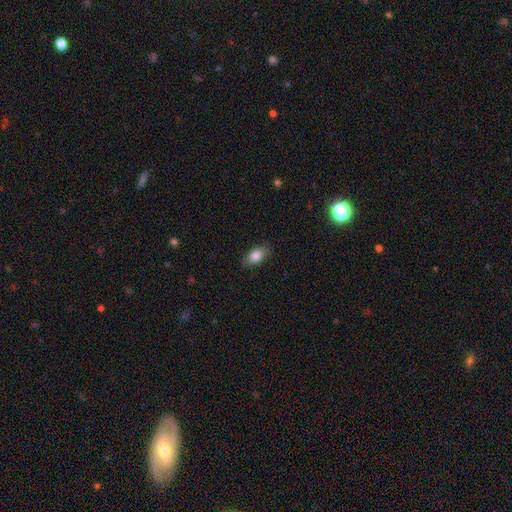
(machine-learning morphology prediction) The model was most divided on "merging": none: 85%, minor disturbance: 11%, major disturbance: 3%, merger: 1%. More confident: how rounded — in between (87%); smooth or featured — smooth (84%).